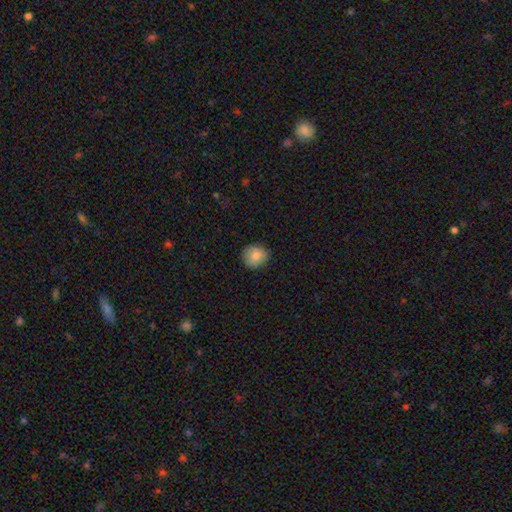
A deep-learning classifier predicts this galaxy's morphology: This appears to be a smooth galaxy with no disk features (85%) that is round (82%). Merging: none (86%).